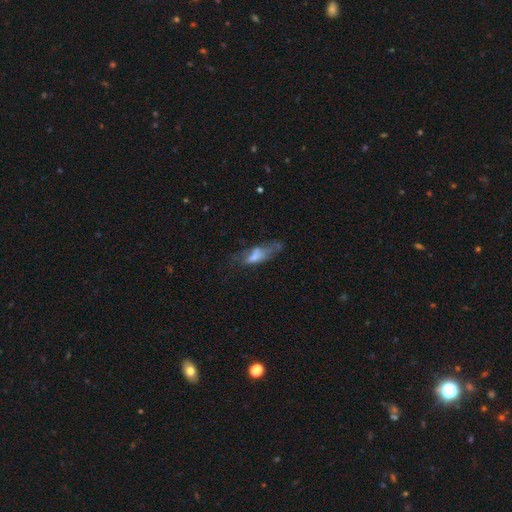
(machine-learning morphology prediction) The model was most divided on "merging": major disturbance: 35%, none: 34%, minor disturbance: 25%, merger: 5%. More confident: how rounded — in between (64%); smooth or featured — smooth (53%).